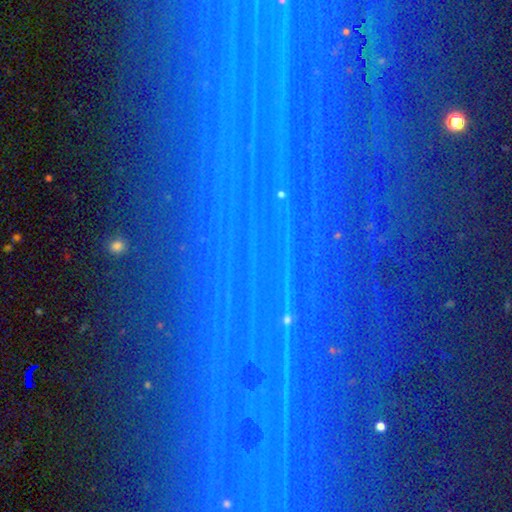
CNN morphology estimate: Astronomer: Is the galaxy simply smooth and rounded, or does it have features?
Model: star or artifact — 82%.